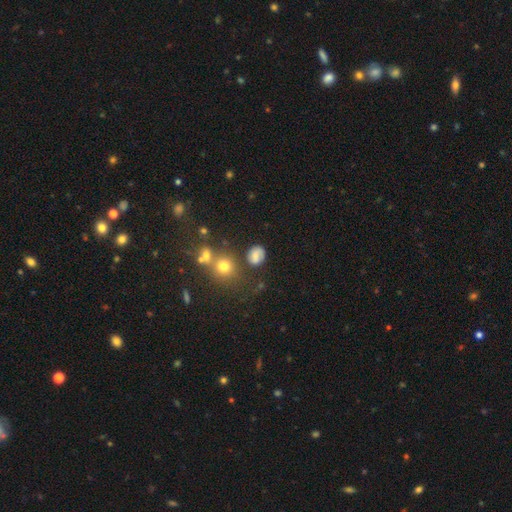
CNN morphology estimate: Q: Smooth or featured?
A: smooth (70%); runner-up: featured or disk (17%)
Q: How rounded?
A: round (57%); runner-up: in between (42%)
Q: Merging?
A: none (68%); runner-up: minor disturbance (19%)